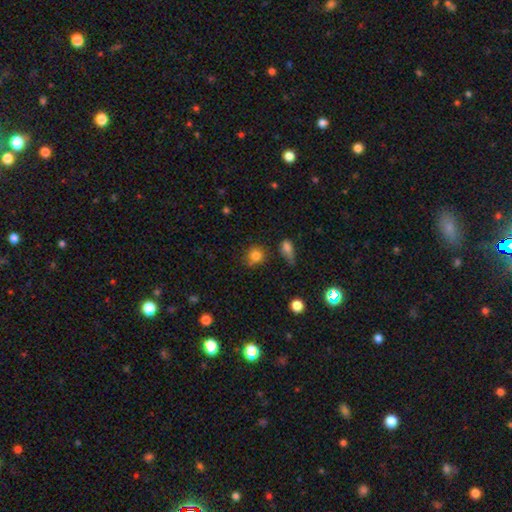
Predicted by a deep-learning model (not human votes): Morphology: type=smooth (81%); roundness=round (83%); merging=none (65%).